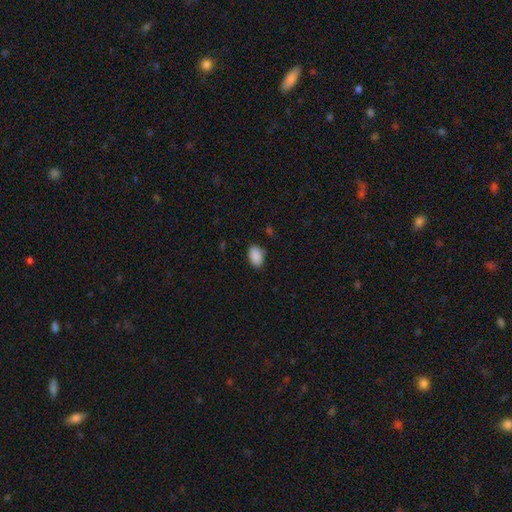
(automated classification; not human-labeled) This appears to be a smooth galaxy with no disk features (90%) that is in between round and cigar-shaped (90%). Merging: none (83%).